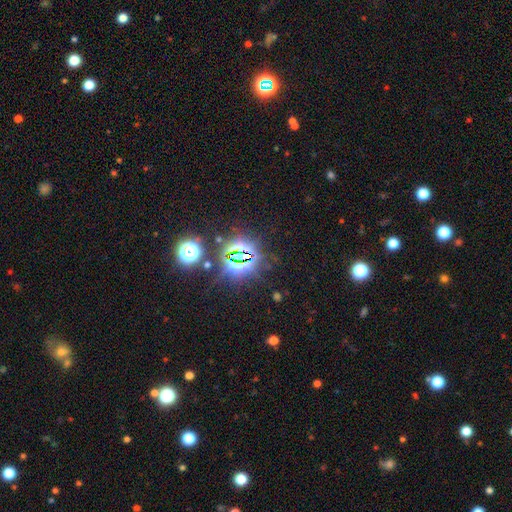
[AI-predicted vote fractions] star or artifact 78%, smooth 14%, featured or disk 7%.